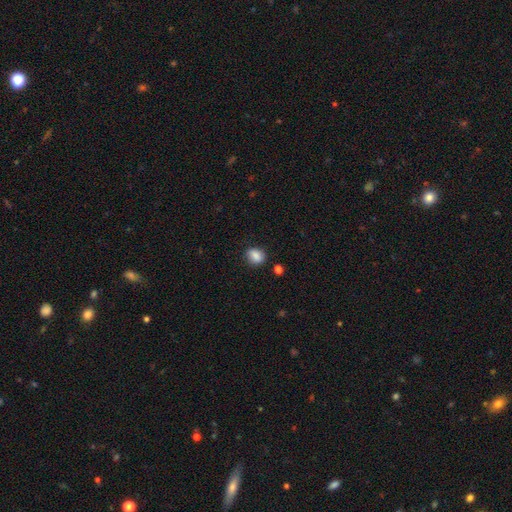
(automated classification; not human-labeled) This appears to be a smooth galaxy with no disk features (84%) that is round (50%). Merging: none (77%).